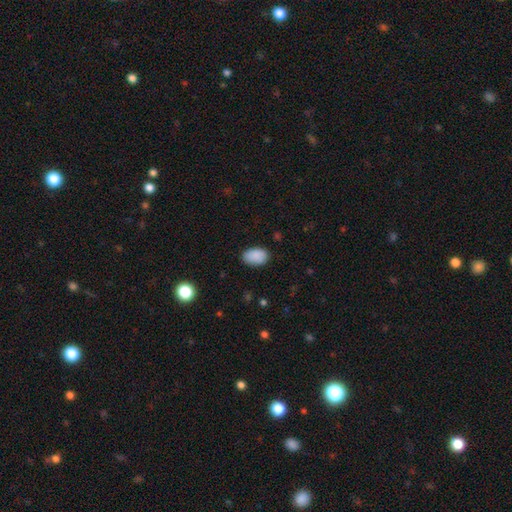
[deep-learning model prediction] smooth_or_featured: smooth (p=0.89) [alt: star or artifact p=0.07]
how_rounded: in between (p=0.90) [alt: round p=0.09]
merging: none (p=0.82) [alt: minor disturbance p=0.14]